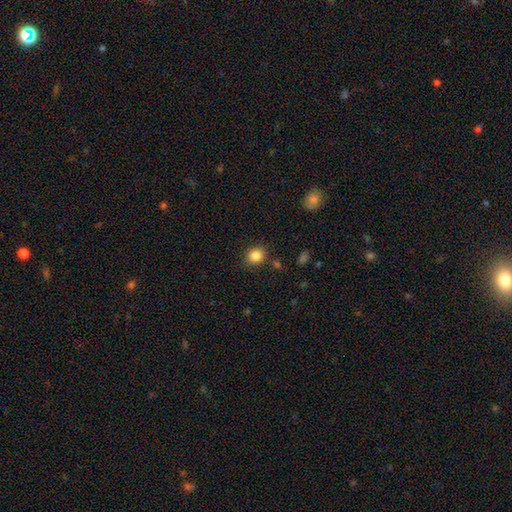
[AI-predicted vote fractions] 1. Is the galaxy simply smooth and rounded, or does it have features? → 85% smooth, 11% star or artifact, 5% featured or disk.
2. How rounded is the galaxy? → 80% round, 20% in between, 1% cigar-shaped.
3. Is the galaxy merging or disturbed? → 84% none, 10% minor disturbance, 3% merger, 3% major disturbance.